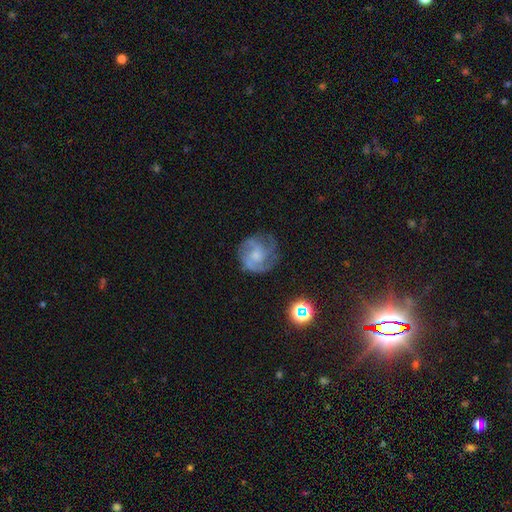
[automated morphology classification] This appears to be a featured or disk galaxy (74%) with no bar (71%), 3 (40%) medium (44%) spiral arms (92%) and a small central bulge (44%). Merging: none (68%).